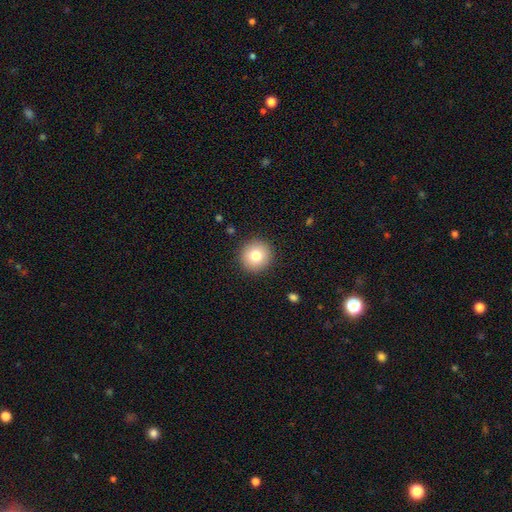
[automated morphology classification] smooth_or_featured: smooth (p=0.79) [alt: featured or disk p=0.11]
how_rounded: round (p=0.95) [alt: in between p=0.04]
merging: none (p=0.91) [alt: minor disturbance p=0.06]